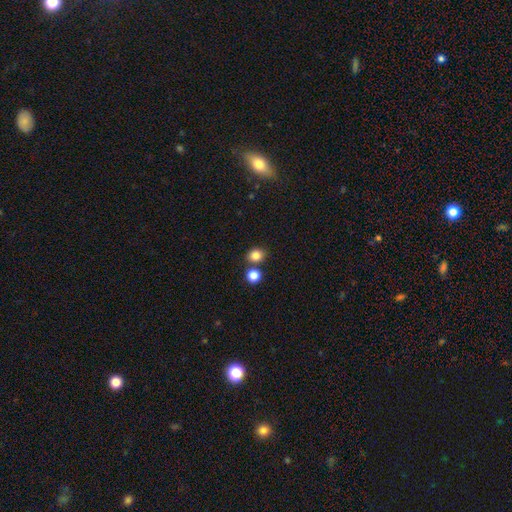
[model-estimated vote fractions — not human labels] This appears to be a smooth galaxy with no disk features (83%) that is round (70%). Merging: none (71%).